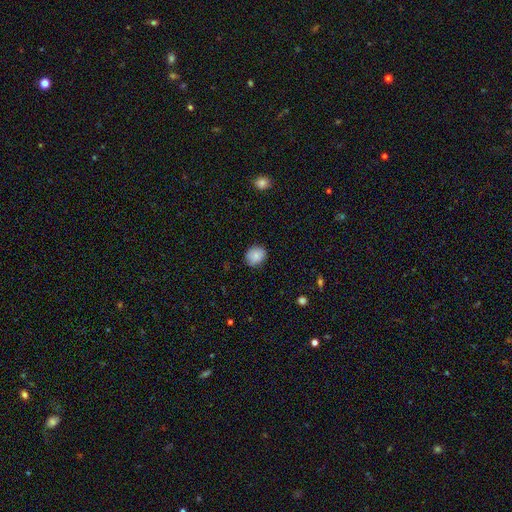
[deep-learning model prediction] Smooth or featured? Predicted: smooth (p=0.85). How rounded? Predicted: round (p=0.58). Merging? Predicted: none (p=0.83).